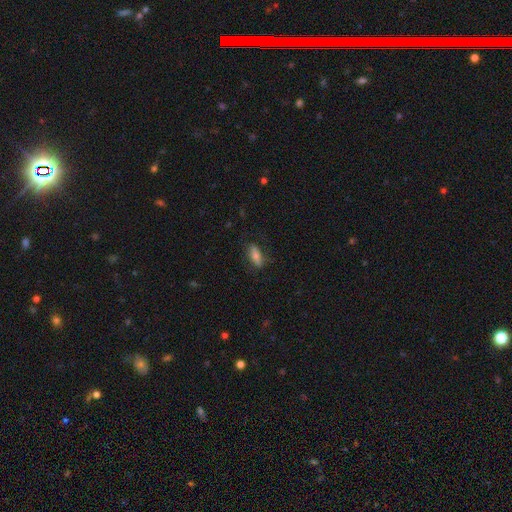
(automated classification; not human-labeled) A smooth galaxy with no disk features (66%) that is in between round and cigar-shaped (67%). Merging: none (77%).